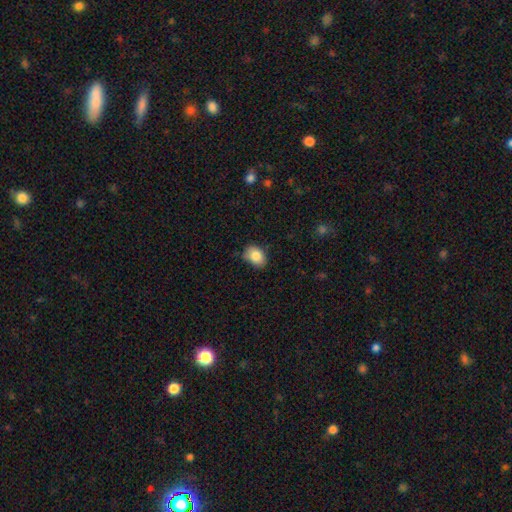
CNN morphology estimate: A smooth galaxy with no disk features (84%) that is in between round and cigar-shaped (74%).

Vote fractions:
- Smooth or featured? smooth: 84% / star or artifact: 8% / featured or disk: 8%
- How rounded? in between: 74% / round: 25% / cigar-shaped: 1%
- Merging? none: 73% / minor disturbance: 22% / major disturbance: 4% / merger: 2%